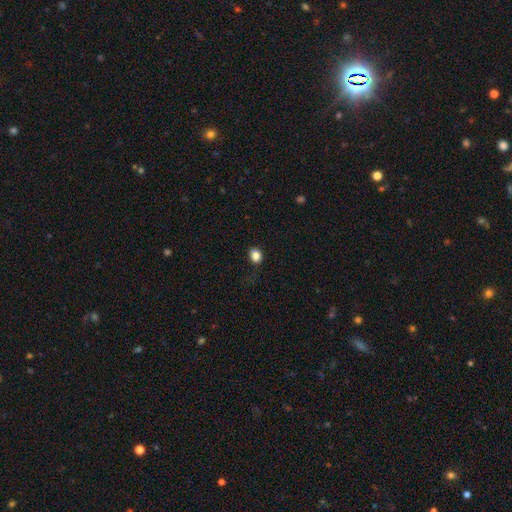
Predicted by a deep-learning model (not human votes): Overall: smooth (84%). How rounded: round (58%; in between 41%). Merging: none (75%).